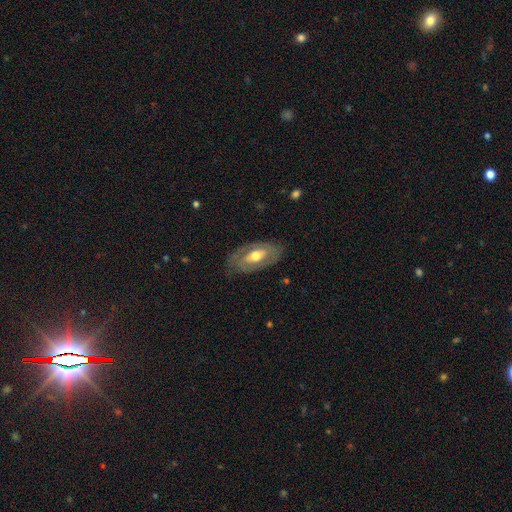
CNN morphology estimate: smooth_or_featured: featured or disk (p=0.62) [alt: smooth p=0.32]
disk_edge_on: no (p=0.88) [alt: yes p=0.12]
bar: no (p=0.57) [alt: weak p=0.29]
has_spiral_arms: yes (p=0.53) [alt: no p=0.47]
bulge_size: moderate (p=0.70) [alt: small p=0.14]
merging: none (p=0.76) [alt: minor disturbance p=0.17]